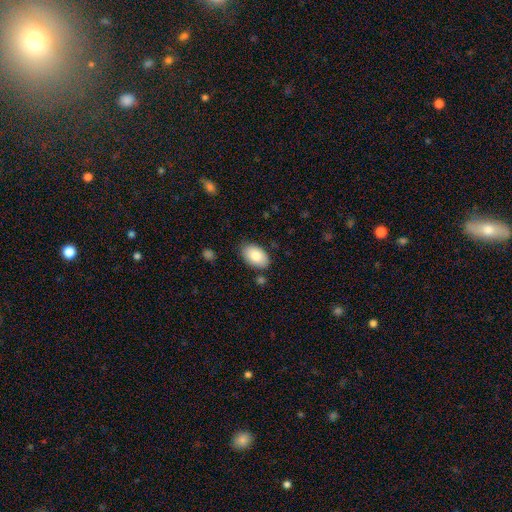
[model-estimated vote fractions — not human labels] This appears to be a smooth galaxy with no disk features (83%) that is in between round and cigar-shaped (92%). Merging: none (81%).